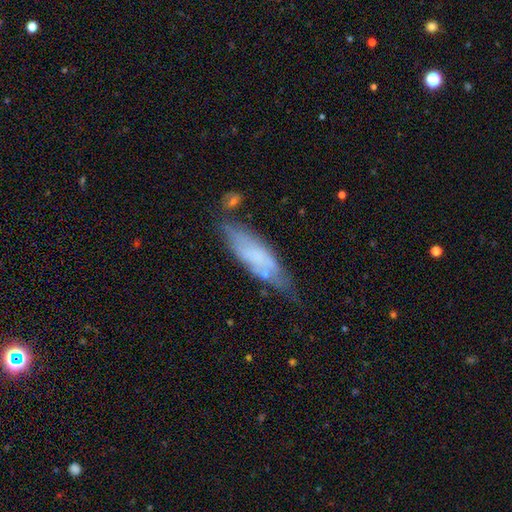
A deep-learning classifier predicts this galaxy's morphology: A smooth galaxy with no disk features (52%) that is cigar-shaped (55%).

Vote fractions:
- Smooth or featured? smooth: 52% / featured or disk: 40% / star or artifact: 8%
- How rounded? cigar-shaped: 55% / in between: 43% / round: 2%
- Merging? none: 53% / minor disturbance: 30% / major disturbance: 10% / merger: 7%